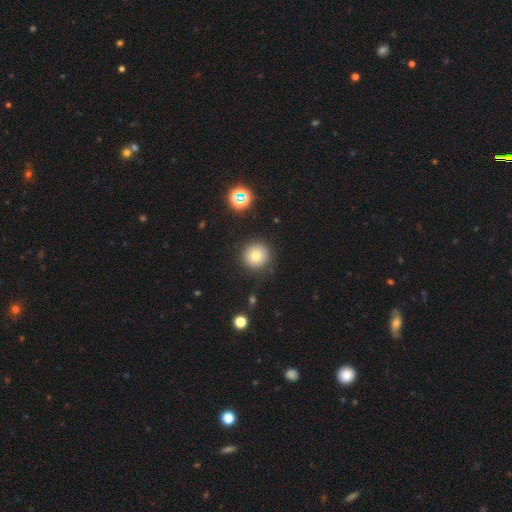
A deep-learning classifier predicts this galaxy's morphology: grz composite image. It shows a smooth galaxy with no disk features (75%) that is round (95%). Merging: none (88%).